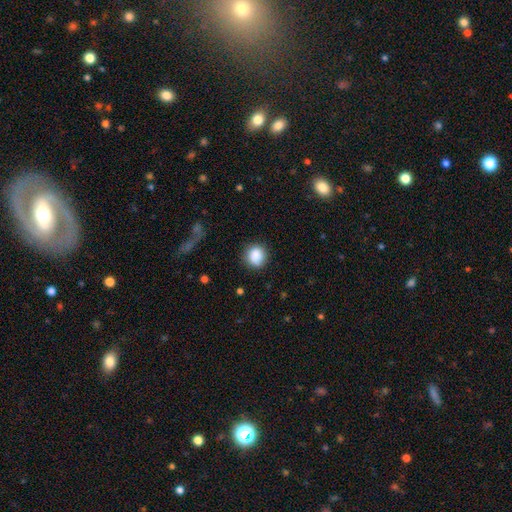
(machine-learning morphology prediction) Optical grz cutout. It shows a smooth galaxy with no disk features (88%) that is round (86%). Merging: none (84%).